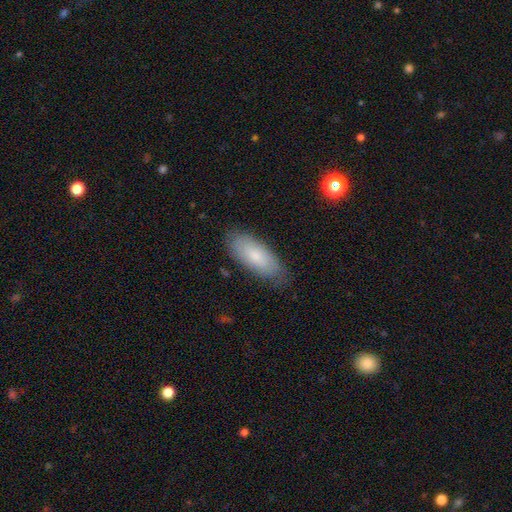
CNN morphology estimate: The model was most divided on "smooth or featured": smooth: 67%, featured or disk: 26%, star or artifact: 7%. More confident: how rounded — in between (81%); merging — none (78%).